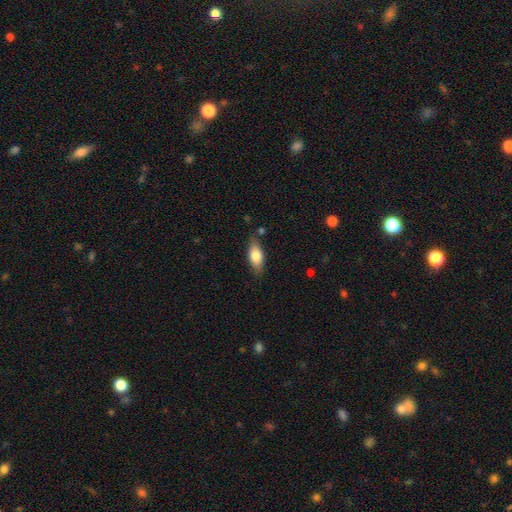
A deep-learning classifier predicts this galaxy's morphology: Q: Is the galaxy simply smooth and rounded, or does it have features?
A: smooth — 74%.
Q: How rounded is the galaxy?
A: in between — 82%.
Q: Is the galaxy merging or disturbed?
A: none — 76%.